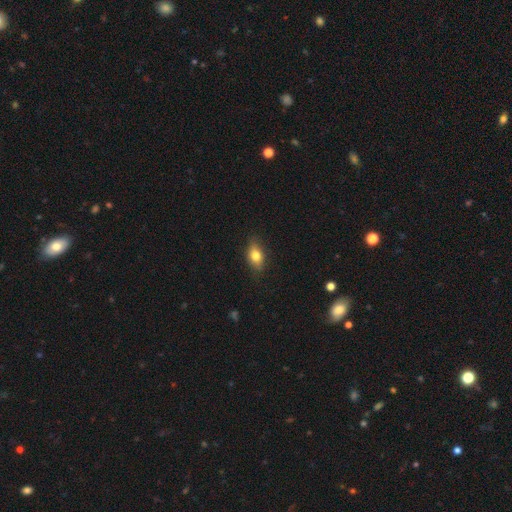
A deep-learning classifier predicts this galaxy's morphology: Q: Smooth or featured?
A: smooth (69%); runner-up: featured or disk (22%)
Q: How rounded?
A: in between (78%); runner-up: round (13%)
Q: Merging?
A: none (81%); runner-up: minor disturbance (15%)